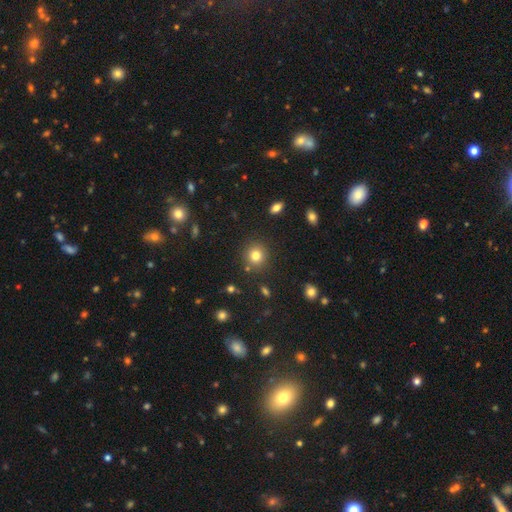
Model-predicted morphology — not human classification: Overall: smooth (80%). How rounded: round (89%). Merging: none (87%).